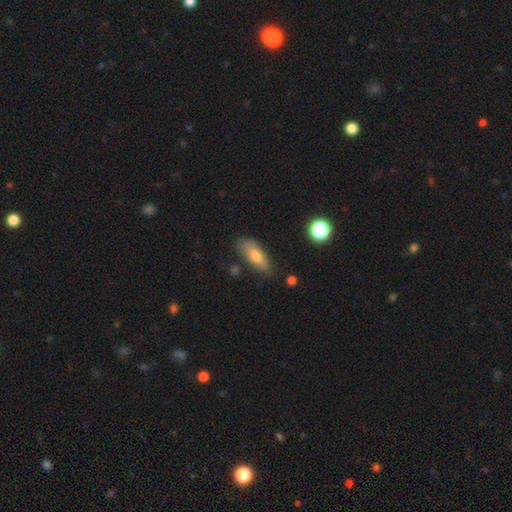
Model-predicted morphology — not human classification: A smooth galaxy with no disk features (68%) that is in between round and cigar-shaped (71%).

Vote fractions:
- Smooth or featured? smooth: 68% / featured or disk: 21% / star or artifact: 10%
- How rounded? in between: 71% / cigar-shaped: 25% / round: 4%
- Merging? none: 75% / minor disturbance: 18% / major disturbance: 4% / merger: 3%